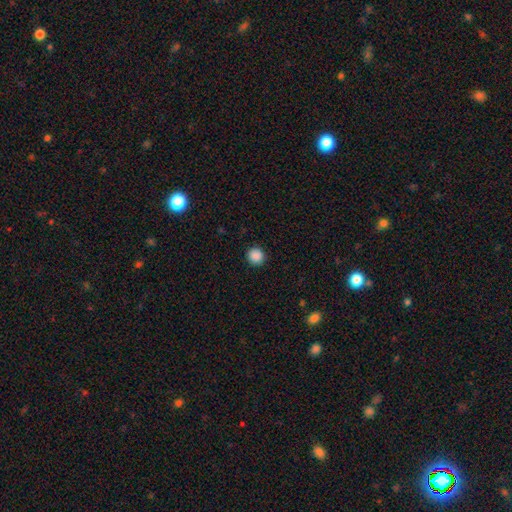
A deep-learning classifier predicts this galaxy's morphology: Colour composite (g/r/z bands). It shows a smooth galaxy with no disk features (88%) that is round (94%). Merging: none (92%).